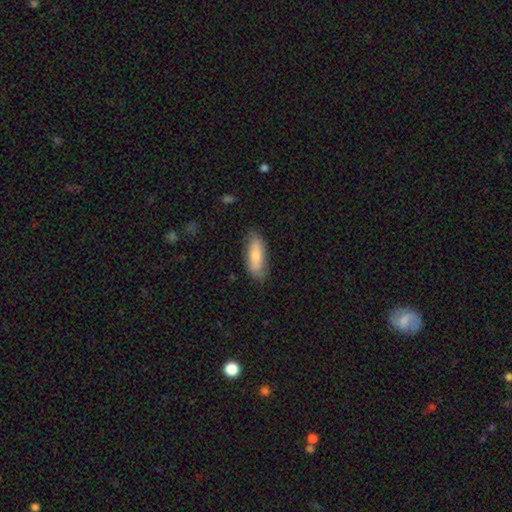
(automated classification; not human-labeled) Q: Smooth or featured?
A: smooth (73%); runner-up: featured or disk (21%)
Q: How rounded?
A: in between (70%); runner-up: cigar-shaped (28%)
Q: Merging?
A: none (77%); runner-up: minor disturbance (18%)